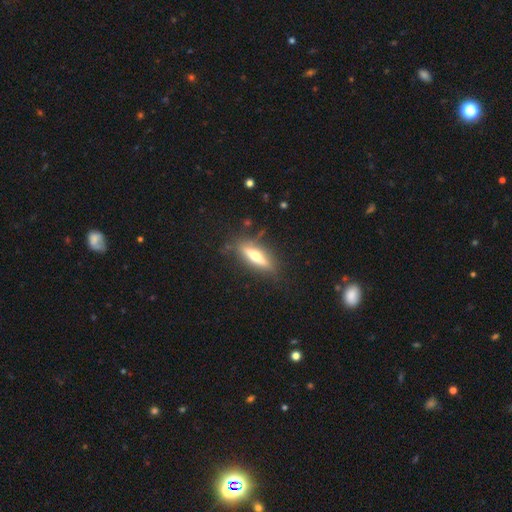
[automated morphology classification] featured or disk 54%, smooth 40%, star or artifact 6%. Down the decision tree: edge-on disk — yes (88%); merging — none (82%).